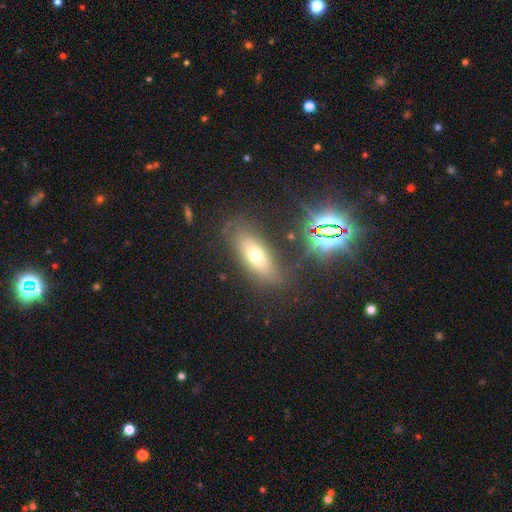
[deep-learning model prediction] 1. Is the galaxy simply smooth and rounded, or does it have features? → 53% smooth, 28% featured or disk, 19% star or artifact.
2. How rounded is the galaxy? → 70% in between, 25% cigar-shaped, 5% round.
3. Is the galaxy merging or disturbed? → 77% none, 14% minor disturbance, 6% major disturbance, 3% merger.